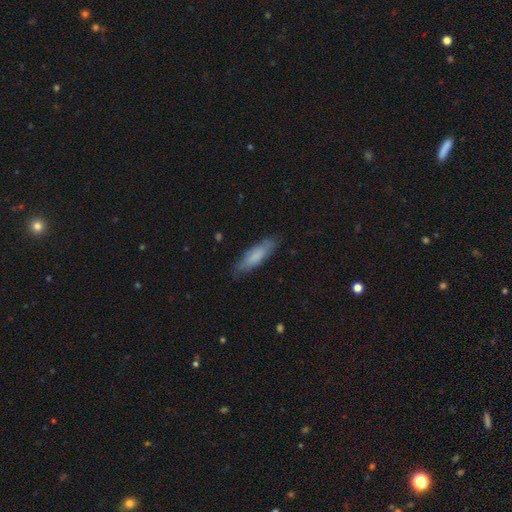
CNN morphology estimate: A smooth galaxy with no disk features (76%) that is cigar-shaped (59%).

Vote fractions:
- Smooth or featured? smooth: 76% / featured or disk: 18% / star or artifact: 6%
- How rounded? cigar-shaped: 59% / in between: 40% / round: 1%
- Merging? none: 79% / minor disturbance: 16% / major disturbance: 3% / merger: 1%